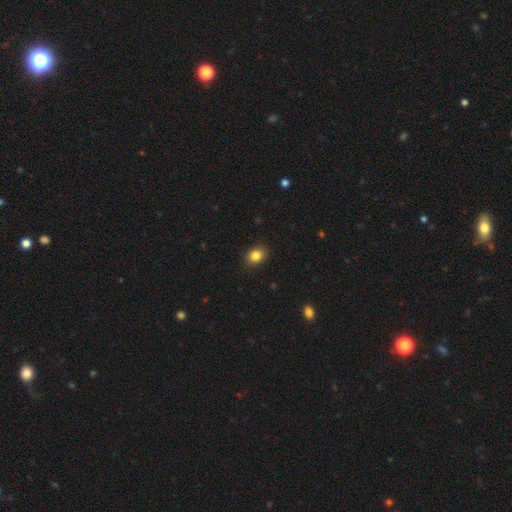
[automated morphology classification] A smooth galaxy with no disk features (85%) that is in between round and cigar-shaped (54%).

Vote fractions:
- Smooth or featured? smooth: 85% / star or artifact: 10% / featured or disk: 5%
- How rounded? in between: 54% / round: 45% / cigar-shaped: 1%
- Merging? none: 90% / minor disturbance: 7% / major disturbance: 2% / merger: 1%